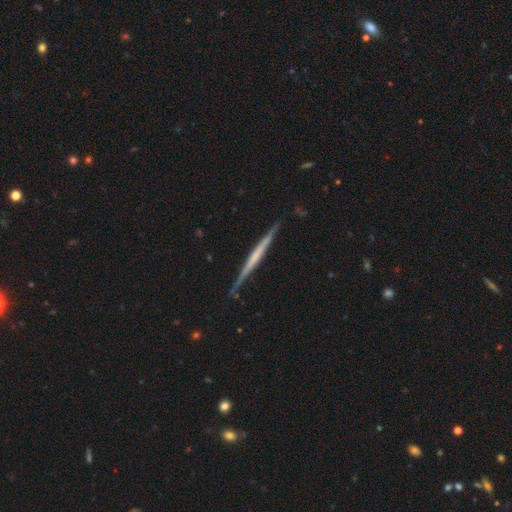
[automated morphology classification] This is likely a featured or disk galaxy (66%). It is clearly viewed edge-on (97%). Edge-on bulge: likely none (74%). Merging: clearly none (85%).